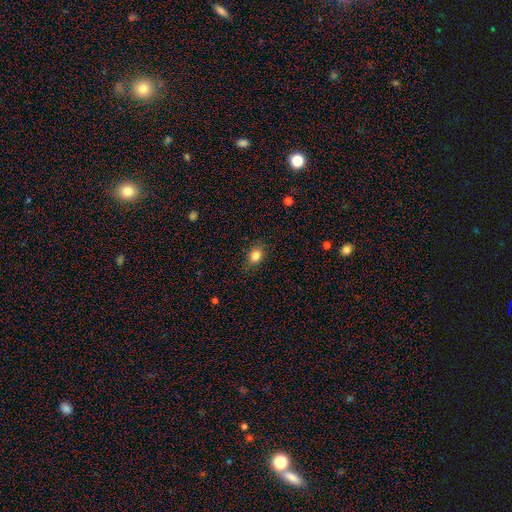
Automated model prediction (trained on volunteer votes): Smooth or featured: smooth — 83% (star or artifact — 10%)
How rounded: in between — 55% (round — 44%)
Merging: none — 82% (minor disturbance — 14%)